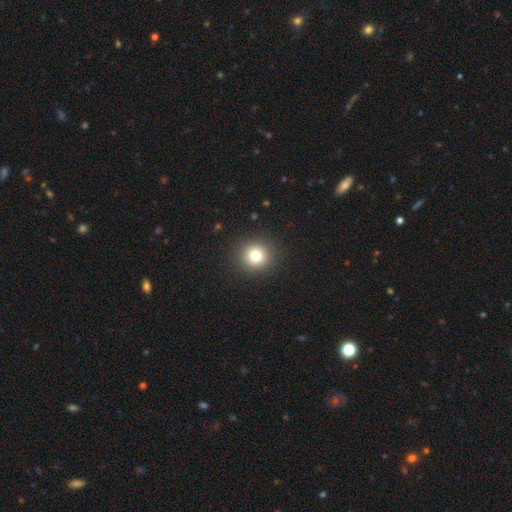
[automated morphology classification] The model was most divided on "smooth or featured": smooth: 80%, star or artifact: 12%, featured or disk: 8%. More confident: how rounded — round (92%); merging — none (91%).